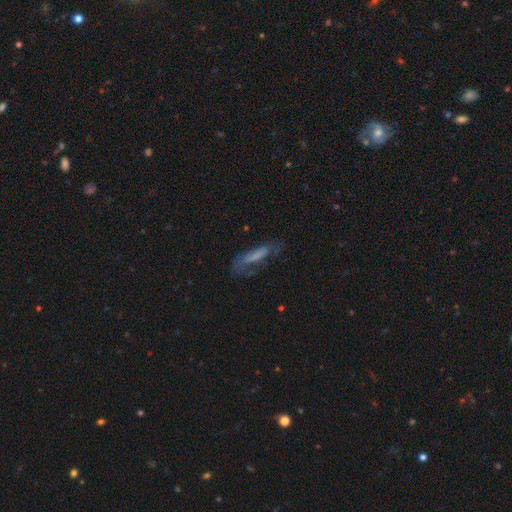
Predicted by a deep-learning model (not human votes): smooth_or_featured: smooth (p=0.44) [tied with: featured or disk p=0.44]
merging: none (p=0.50) [alt: minor disturbance p=0.24]